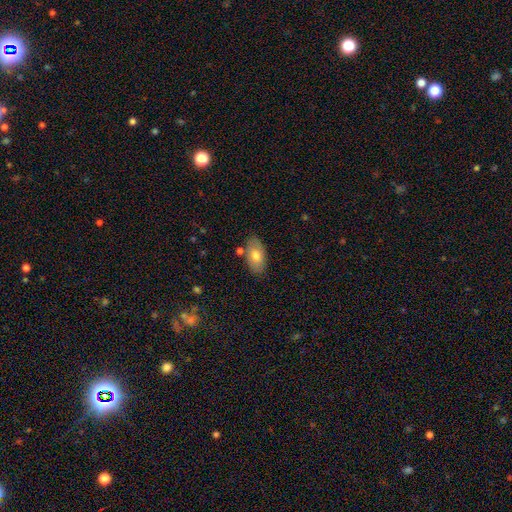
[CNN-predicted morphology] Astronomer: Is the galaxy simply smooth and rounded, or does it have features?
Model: smooth — 74%.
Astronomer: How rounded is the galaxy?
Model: in between — 93%.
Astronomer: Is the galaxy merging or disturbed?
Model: none — 79%.